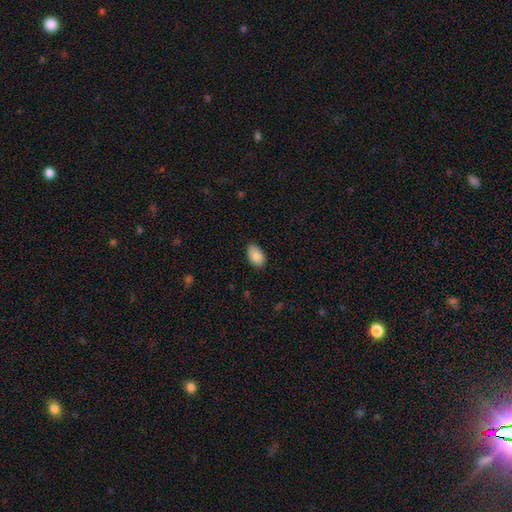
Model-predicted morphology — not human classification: smooth 89%, star or artifact 7%, featured or disk 4%. Down the decision tree: how rounded — in between (93%); merging — none (83%).